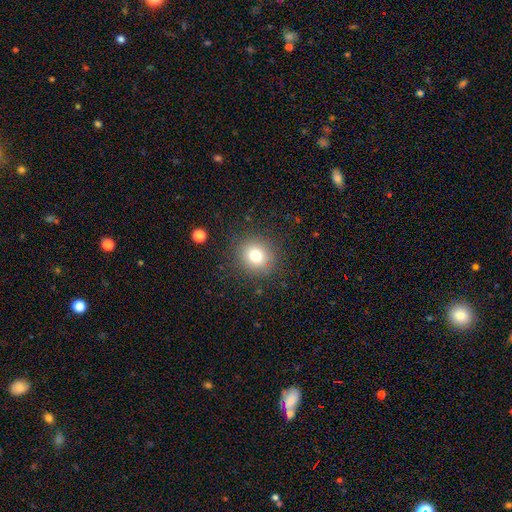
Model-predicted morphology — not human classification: Q: Smooth or featured?
A: smooth (77%); runner-up: star or artifact (14%)
Q: How rounded?
A: round (83%); runner-up: in between (16%)
Q: Merging?
A: none (87%); runner-up: minor disturbance (8%)